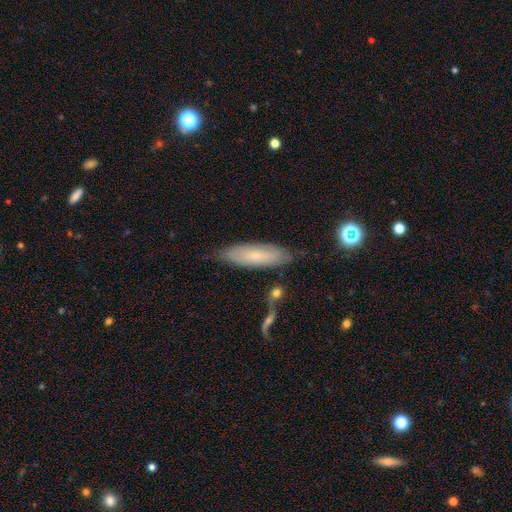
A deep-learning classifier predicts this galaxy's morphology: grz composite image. It shows a smooth galaxy with no disk features (61%) that is cigar-shaped (58%). Merging: none (78%).